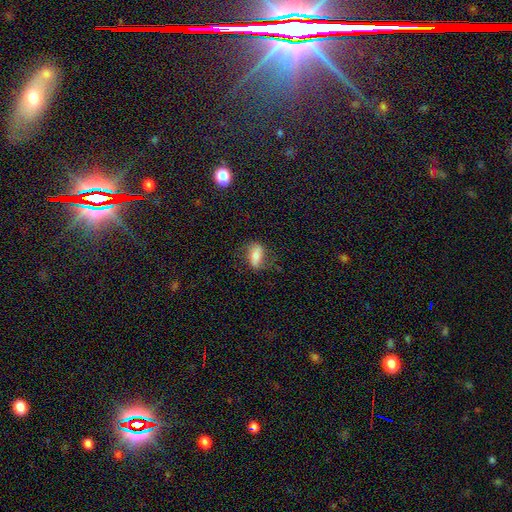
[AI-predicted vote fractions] This appears to be a smooth galaxy with no disk features (58%) that is in between round and cigar-shaped (76%). Merging: none (65%).